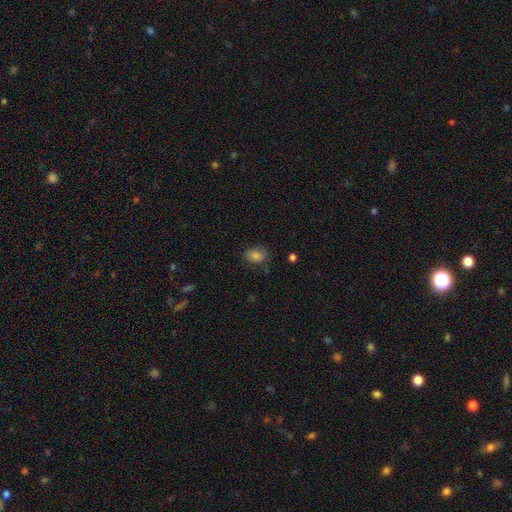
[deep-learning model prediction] Smooth or featured? smooth (81%)
How rounded? in between (77%)
Merging? none (78%)